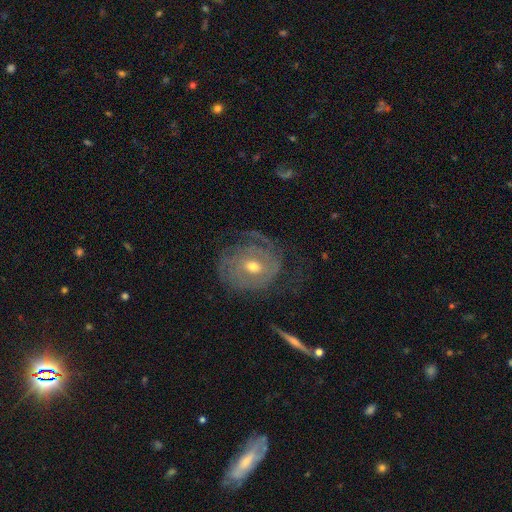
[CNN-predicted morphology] Q: Smooth or featured?
A: featured or disk (78%); runner-up: smooth (14%)
Q: Edge-on disk?
A: no (95%); runner-up: yes (5%)
Q: Bar?
A: no (59%); runner-up: weak (30%)
Q: Spiral arms?
A: yes (83%); runner-up: no (17%)
Q: Spiral winding?
A: tight (68%); runner-up: medium (22%)
Q: Spiral arm count?
A: can't tell (42%); runner-up: 2 (24%)
Q: Bulge size?
A: moderate (62%); runner-up: small (34%)
Q: Merging?
A: none (64%); runner-up: minor disturbance (19%)